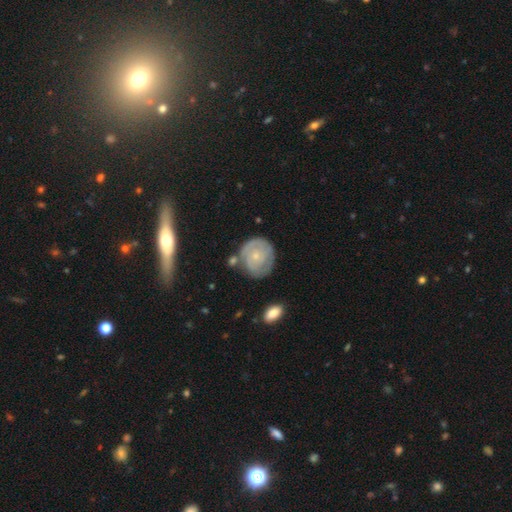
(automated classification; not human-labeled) featured or disk 60%, smooth 33%, star or artifact 6%. Down the decision tree: edge-on disk — no (97%); bar — no (83%); spiral arms — yes (74%); bulge size — small (75%); merging — none (64%).